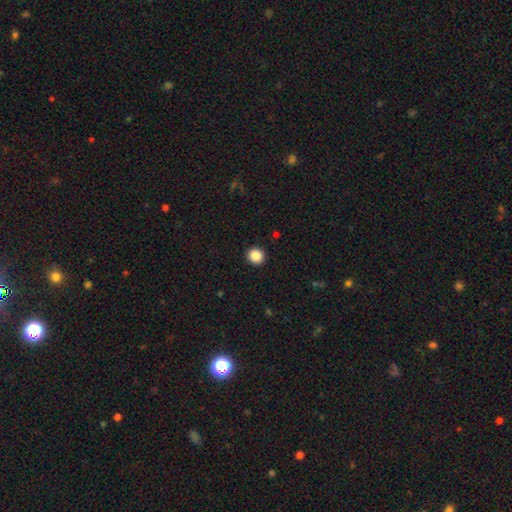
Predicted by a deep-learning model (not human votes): Smooth or featured: smooth — 88% (star or artifact — 9%)
How rounded: round — 91% (in between — 8%)
Merging: none — 93% (minor disturbance — 5%)